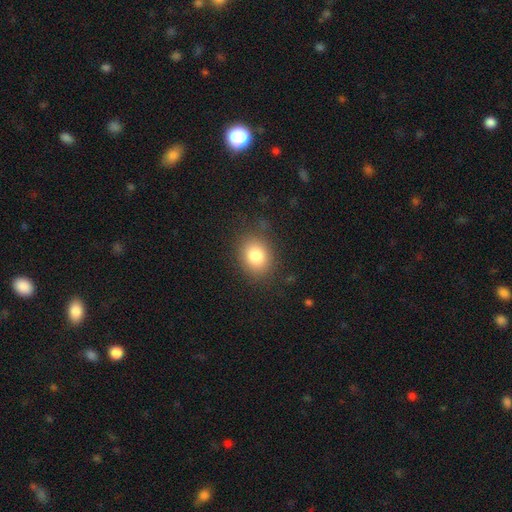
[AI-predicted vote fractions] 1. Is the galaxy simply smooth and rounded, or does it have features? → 81% smooth, 10% star or artifact, 8% featured or disk.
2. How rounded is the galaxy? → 52% round, 47% in between, 1% cigar-shaped.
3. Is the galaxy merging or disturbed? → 81% none, 13% minor disturbance, 5% major disturbance, 1% merger.